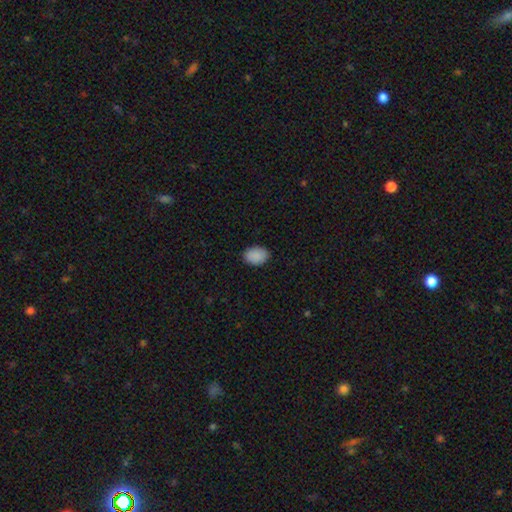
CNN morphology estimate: This is clearly a smooth galaxy (90%). How rounded: likely in between (79%). Merging: clearly none (88%).